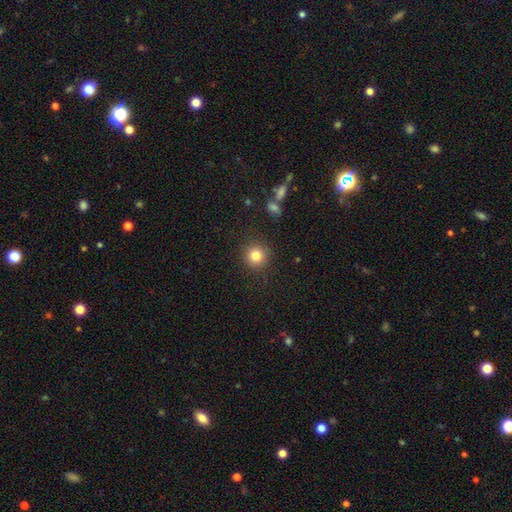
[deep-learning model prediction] Smooth or featured?
  - smooth: 82% *
  - star or artifact: 11%
  - featured or disk: 7%
How rounded?
  - round: 94% *
  - in between: 6%
  - cigar-shaped: 1%
Merging?
  - none: 90% *
  - minor disturbance: 6%
  - major disturbance: 3%
  - merger: 2%